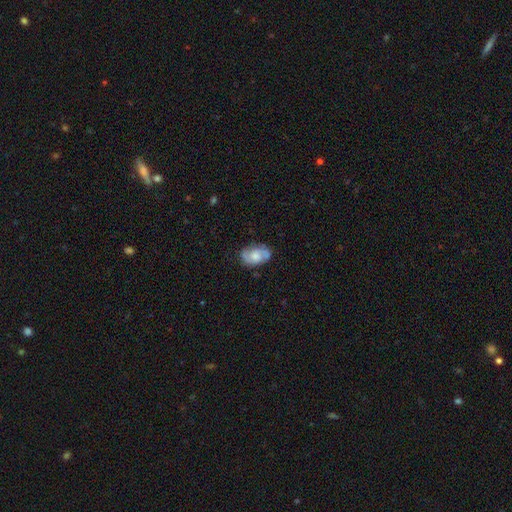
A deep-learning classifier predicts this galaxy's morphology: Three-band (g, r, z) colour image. It shows a featured or disk galaxy (63%) with no bar (67%), 2 (79%) medium (46%) spiral arms (88%) and a moderate central bulge (41%). Merging: none (72%).